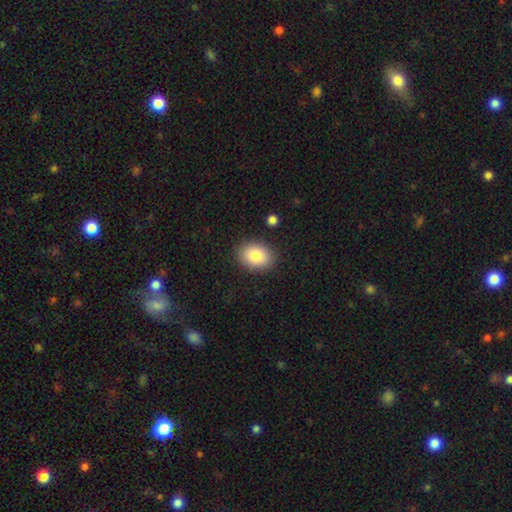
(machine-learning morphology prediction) Smooth or featured? Predicted: smooth (p=0.85). How rounded? Predicted: in between (p=0.76). Merging? Predicted: none (p=0.88).